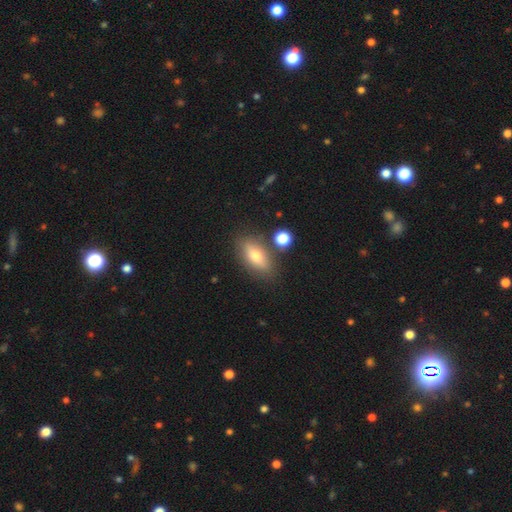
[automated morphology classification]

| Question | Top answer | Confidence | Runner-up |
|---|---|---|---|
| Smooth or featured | smooth | 65% | featured or disk (26%) |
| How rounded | in between | 76% | cigar-shaped (18%) |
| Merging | none | 77% | minor disturbance (12%) |